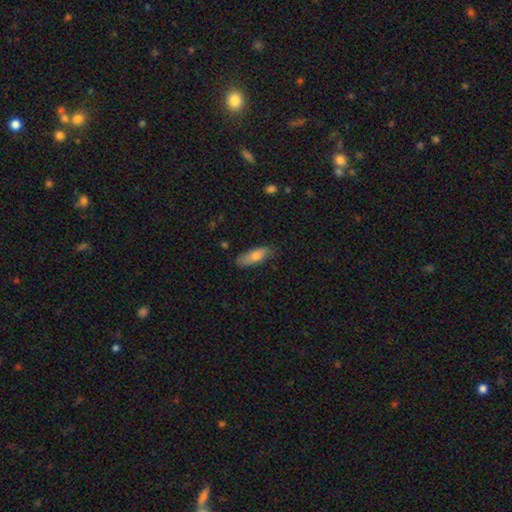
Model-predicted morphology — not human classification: Overall: smooth (76%). How rounded: in between (62%; cigar-shaped 36%). Merging: none (78%).